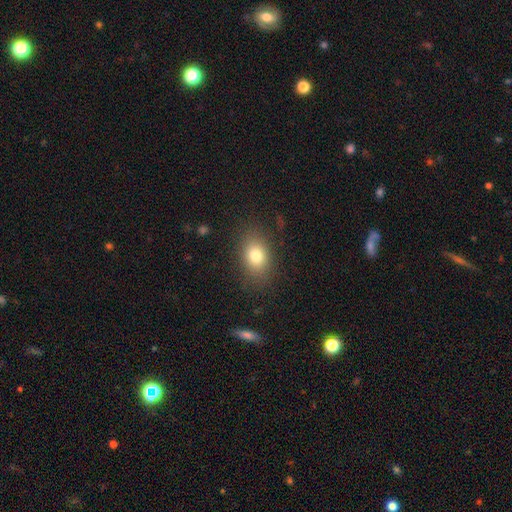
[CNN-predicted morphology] A smooth galaxy with no disk features (78%) that is in between round and cigar-shaped (69%). Merging: none (83%).